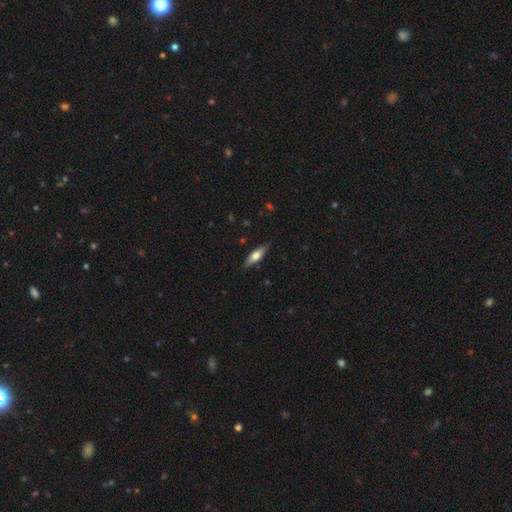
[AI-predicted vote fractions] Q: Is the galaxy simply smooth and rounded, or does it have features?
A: smooth — 56%.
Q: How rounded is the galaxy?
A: cigar-shaped — 53%.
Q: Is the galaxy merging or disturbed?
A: none — 86%.